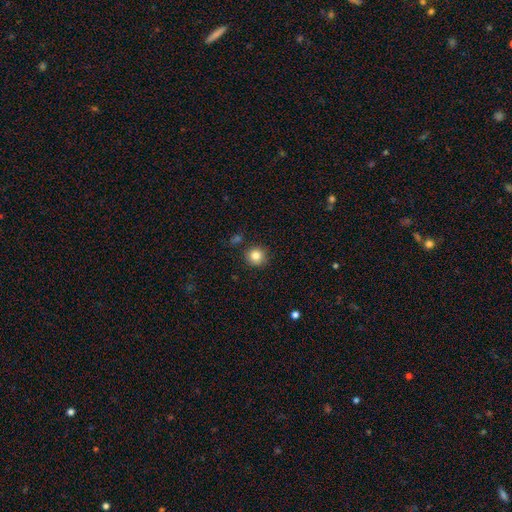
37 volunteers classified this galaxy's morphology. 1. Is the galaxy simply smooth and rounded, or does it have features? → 92% smooth, 5% featured or disk, 3% star or artifact.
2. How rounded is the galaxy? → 88% round, 9% in between, 3% cigar-shaped.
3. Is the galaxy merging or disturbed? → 83% none, 14% minor disturbance, 3% merger, 0% major disturbance.